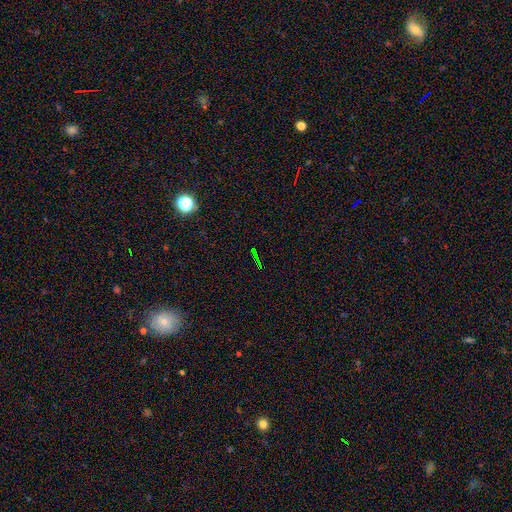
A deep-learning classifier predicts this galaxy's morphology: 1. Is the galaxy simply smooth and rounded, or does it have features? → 74% star or artifact, 14% smooth, 13% featured or disk.